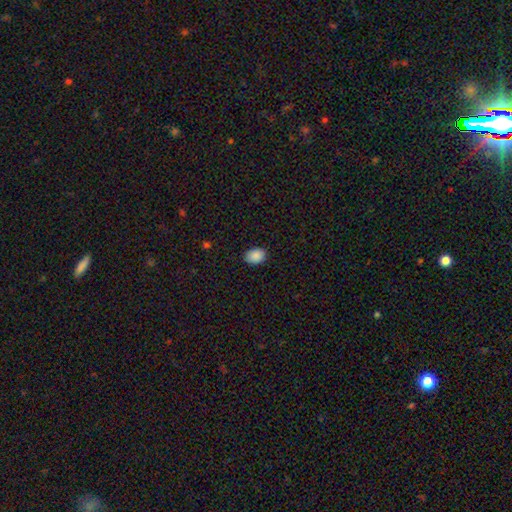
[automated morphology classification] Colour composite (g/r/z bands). It shows a smooth galaxy with no disk features (89%) that is in between round and cigar-shaped (71%). Merging: none (87%).